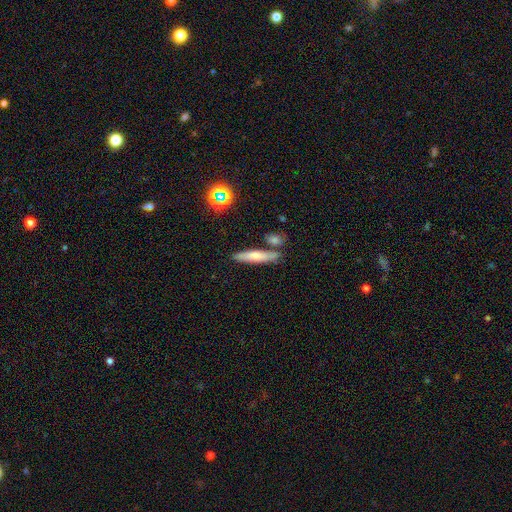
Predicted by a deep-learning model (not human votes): A smooth galaxy with no disk features (64%) that is cigar-shaped (81%).

Vote fractions:
- Smooth or featured? smooth: 64% / featured or disk: 28% / star or artifact: 7%
- How rounded? cigar-shaped: 81% / in between: 16% / round: 2%
- Merging? none: 75% / minor disturbance: 12% / merger: 11% / major disturbance: 3%